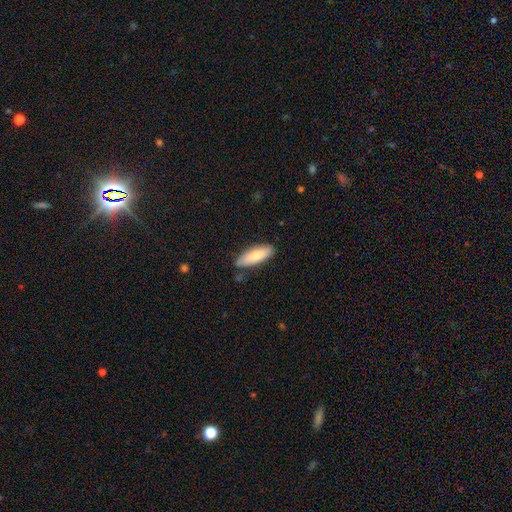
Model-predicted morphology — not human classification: Q: Smooth or featured?
A: smooth (77%); runner-up: featured or disk (17%)
Q: How rounded?
A: in between (62%); runner-up: cigar-shaped (37%)
Q: Merging?
A: none (81%); runner-up: minor disturbance (14%)